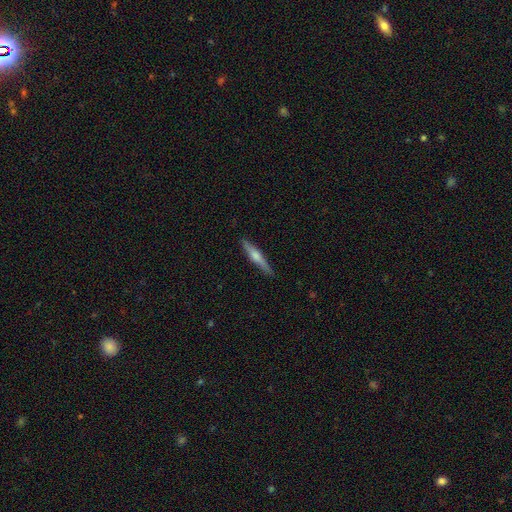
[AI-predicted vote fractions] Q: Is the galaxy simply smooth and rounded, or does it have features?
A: featured or disk — 54%.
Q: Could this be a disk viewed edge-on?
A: yes — 97%.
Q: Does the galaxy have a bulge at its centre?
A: rounded — 82%.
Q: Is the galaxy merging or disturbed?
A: none — 89%.